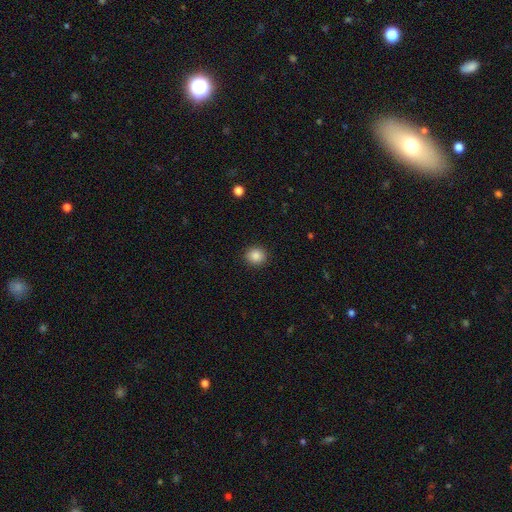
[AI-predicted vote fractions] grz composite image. It shows a smooth galaxy with no disk features (86%) that is round (87%). Merging: none (92%).